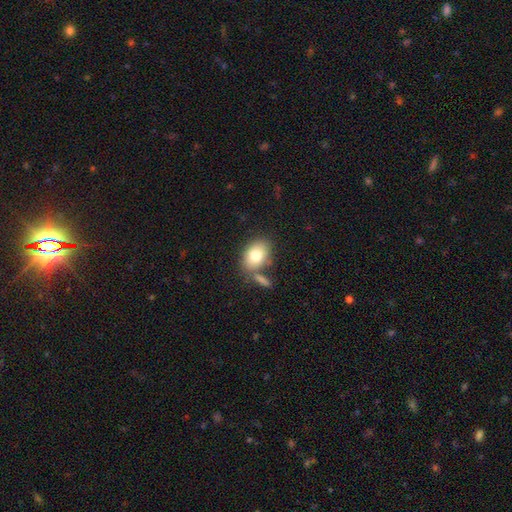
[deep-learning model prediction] Smooth or featured? Predicted: smooth (p=0.78). How rounded? Predicted: in between (p=0.80). Merging? Predicted: none (p=0.64).